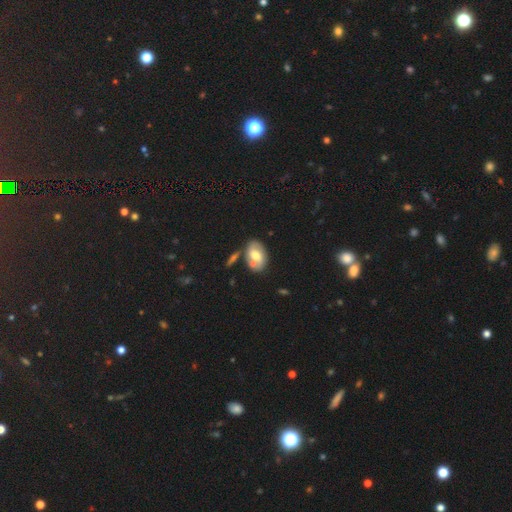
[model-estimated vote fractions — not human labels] The model was most divided on "smooth or featured": smooth: 51%, featured or disk: 42%, star or artifact: 7%. More confident: how rounded — in between (87%); merging — none (60%).